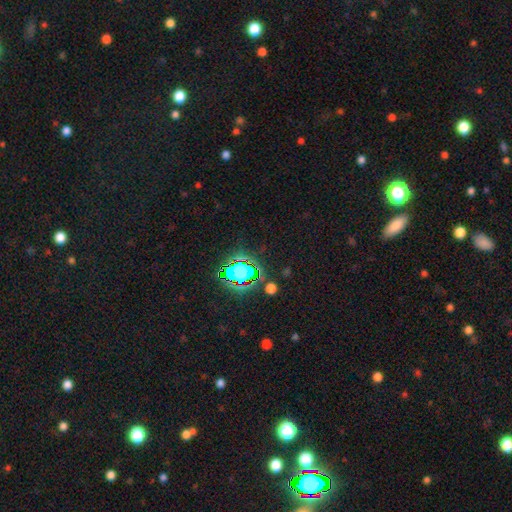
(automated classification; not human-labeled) A star or artifact, not a galaxy (78%).